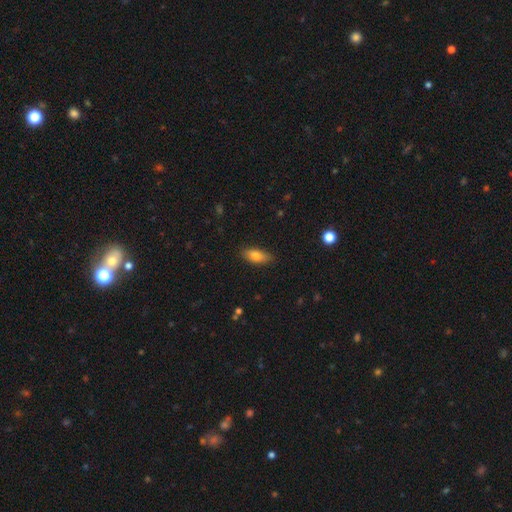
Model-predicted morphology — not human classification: Smooth or featured?
  - smooth: 77% *
  - featured or disk: 16%
  - star or artifact: 8%
How rounded?
  - in between: 77% *
  - cigar-shaped: 19%
  - round: 4%
Merging?
  - none: 83% *
  - minor disturbance: 13%
  - major disturbance: 3%
  - merger: 1%